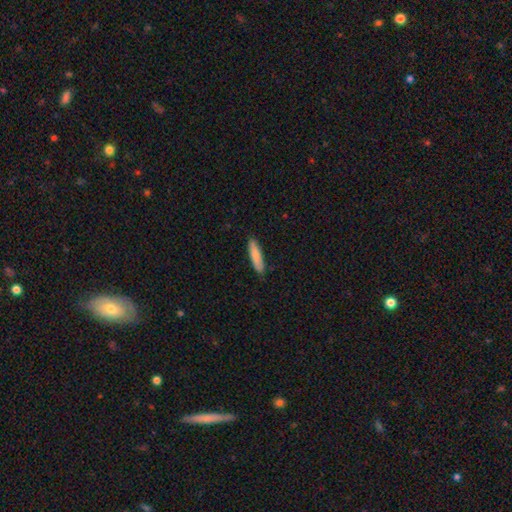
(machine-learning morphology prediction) This is clearly a smooth galaxy (85%). How rounded: likely cigar-shaped (80%). Merging: clearly none (88%).